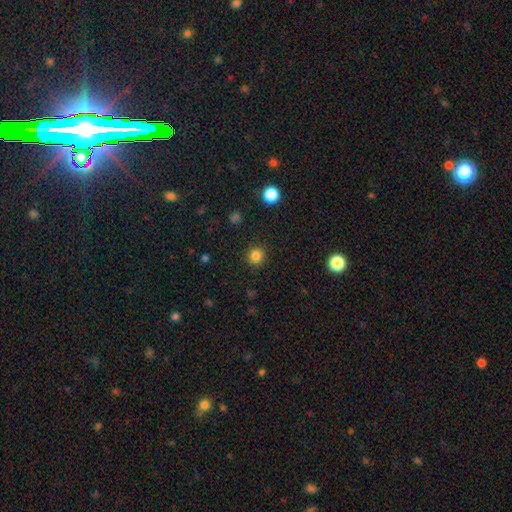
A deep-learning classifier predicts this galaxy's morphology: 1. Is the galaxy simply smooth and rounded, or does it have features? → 83% smooth, 13% star or artifact, 4% featured or disk.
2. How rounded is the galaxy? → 94% round, 5% in between, 1% cigar-shaped.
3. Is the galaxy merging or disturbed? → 91% none, 6% minor disturbance, 2% major disturbance, 1% merger.